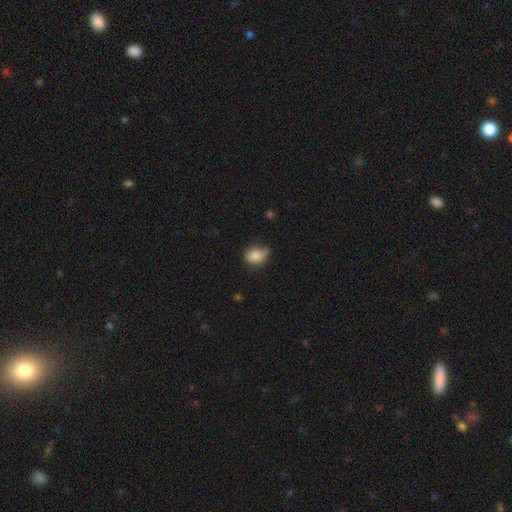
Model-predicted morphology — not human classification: Q: Smooth or featured?
A: smooth (83%); runner-up: star or artifact (9%)
Q: How rounded?
A: in between (64%); runner-up: round (35%)
Q: Merging?
A: none (49%); runner-up: minor disturbance (40%)